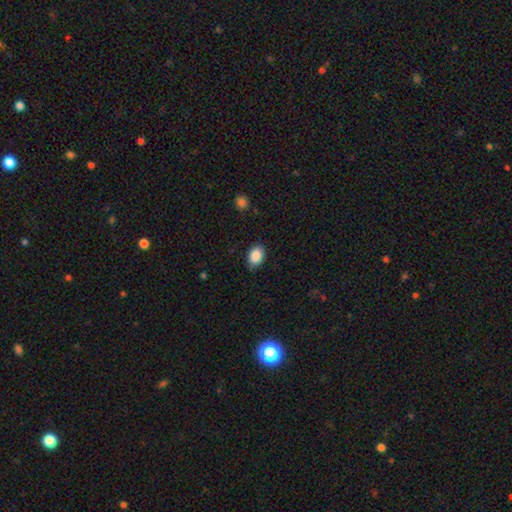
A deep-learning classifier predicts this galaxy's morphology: Smooth or featured: smooth — 88% (star or artifact — 8%)
How rounded: in between — 81% (round — 18%)
Merging: none — 83% (minor disturbance — 13%)